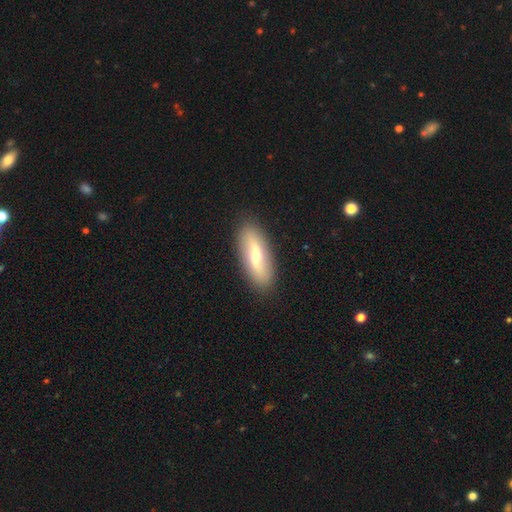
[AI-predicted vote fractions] Morphology: type=featured or disk (53%); edge-on=no (69%); merging=none (90%).